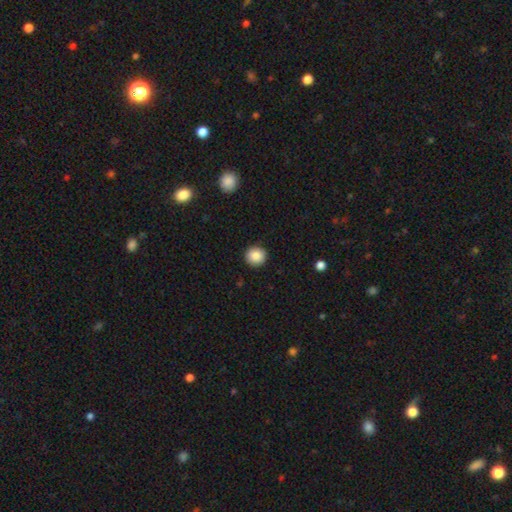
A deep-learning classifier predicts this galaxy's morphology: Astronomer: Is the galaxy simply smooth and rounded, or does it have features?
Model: smooth — 87%.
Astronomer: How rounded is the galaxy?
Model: round — 94%.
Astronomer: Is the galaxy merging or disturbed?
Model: none — 91%.